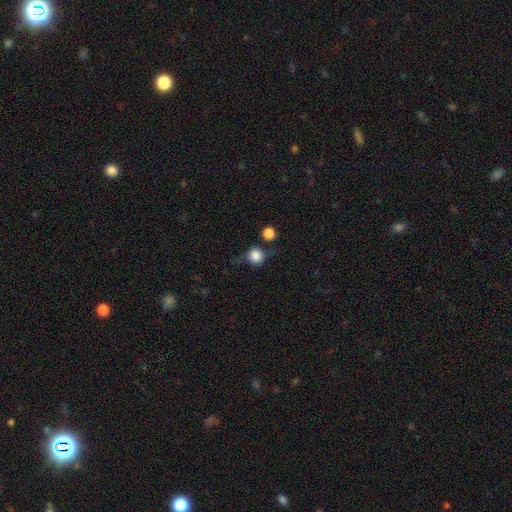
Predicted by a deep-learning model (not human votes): smooth 82%, star or artifact 10%, featured or disk 8%. Down the decision tree: how rounded — round (88%); merging — none (65%).